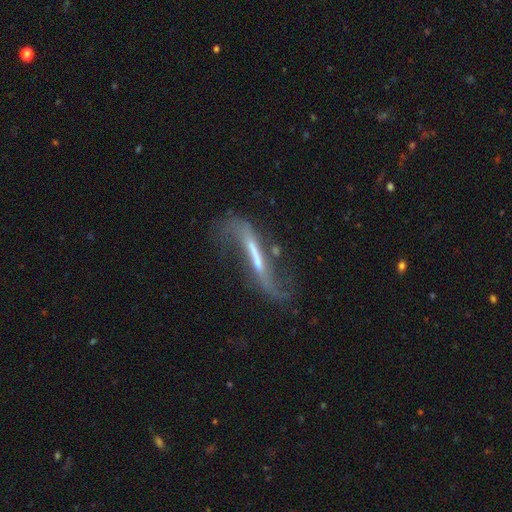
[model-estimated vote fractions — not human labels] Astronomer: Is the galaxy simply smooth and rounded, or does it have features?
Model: featured or disk — 78%.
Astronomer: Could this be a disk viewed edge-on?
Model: no — 62% (runner-up: yes, 38%).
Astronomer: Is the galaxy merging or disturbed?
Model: none — 43% (runner-up: major disturbance, 28%).